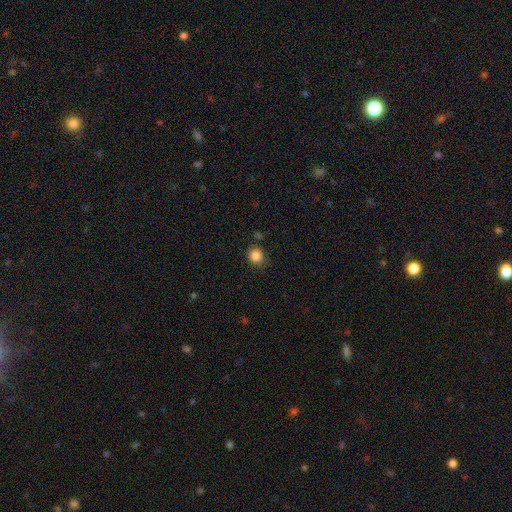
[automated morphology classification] Smooth or featured?
  - smooth: 85% *
  - star or artifact: 11%
  - featured or disk: 4%
How rounded?
  - round: 83% *
  - in between: 16%
  - cigar-shaped: 1%
Merging?
  - none: 83% *
  - minor disturbance: 11%
  - major disturbance: 3%
  - merger: 3%